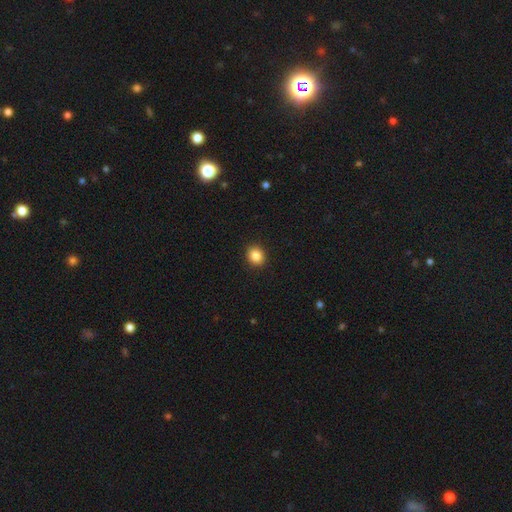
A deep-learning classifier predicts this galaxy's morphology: smooth_or_featured: smooth (p=0.86) [alt: star or artifact p=0.10]
how_rounded: round (p=0.74) [alt: in between p=0.25]
merging: none (p=0.92) [alt: minor disturbance p=0.06]